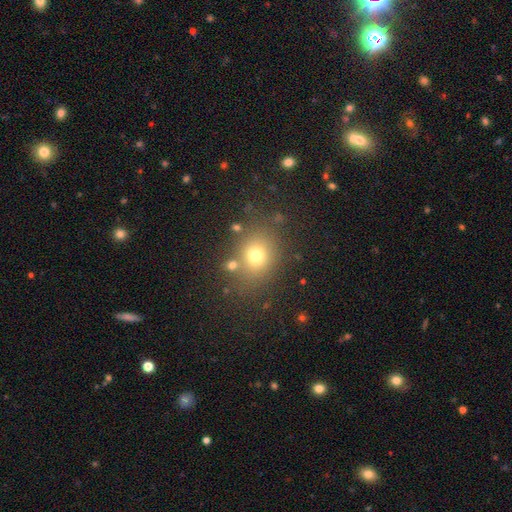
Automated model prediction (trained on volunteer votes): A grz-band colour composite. It shows a smooth galaxy with no disk features (72%) that is round (64%). Merging: none (76%).